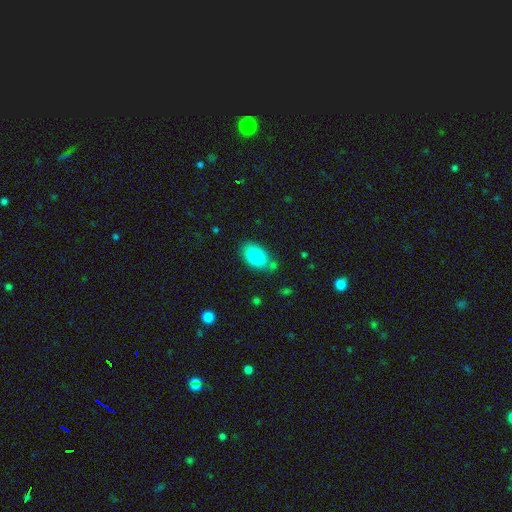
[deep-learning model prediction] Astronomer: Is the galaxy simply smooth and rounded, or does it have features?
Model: smooth — 84%.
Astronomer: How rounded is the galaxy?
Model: in between — 90%.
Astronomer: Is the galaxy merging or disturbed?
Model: none — 73%.